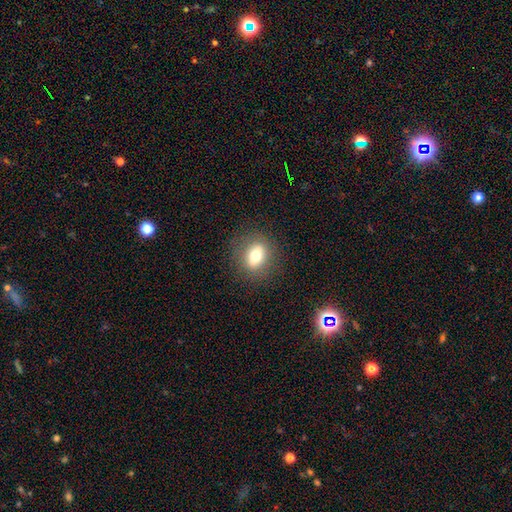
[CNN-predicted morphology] A smooth galaxy with no disk features (68%) that is in between round and cigar-shaped (54%).

Vote fractions:
- Smooth or featured? smooth: 68% / featured or disk: 21% / star or artifact: 10%
- How rounded? in between: 54% / round: 43% / cigar-shaped: 3%
- Merging? none: 86% / minor disturbance: 9% / major disturbance: 4% / merger: 1%